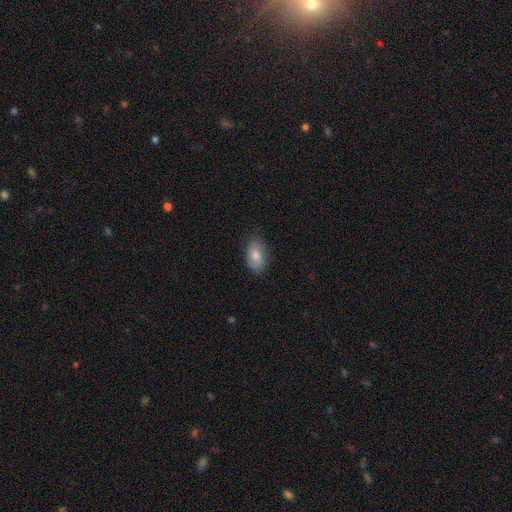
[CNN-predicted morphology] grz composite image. It shows a smooth galaxy with no disk features (77%) that is in between round and cigar-shaped (91%). Merging: none (77%).